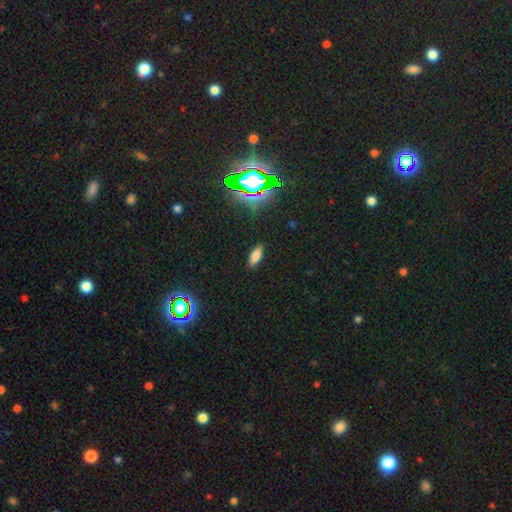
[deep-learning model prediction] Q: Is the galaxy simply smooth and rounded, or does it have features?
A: smooth — 72%.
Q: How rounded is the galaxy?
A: in between — 71%.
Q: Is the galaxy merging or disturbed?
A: none — 88%.